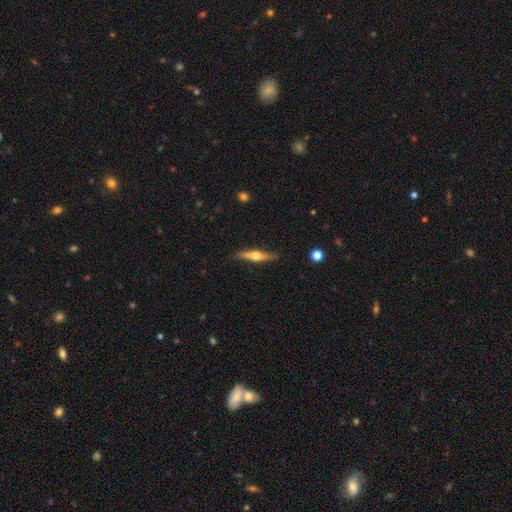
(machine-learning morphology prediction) Smooth or featured? Predicted: featured or disk (p=0.66). Edge-on disk? Predicted: yes (p=0.97). Edge-on bulge? Predicted: rounded (p=0.94). Merging? Predicted: none (p=0.87).